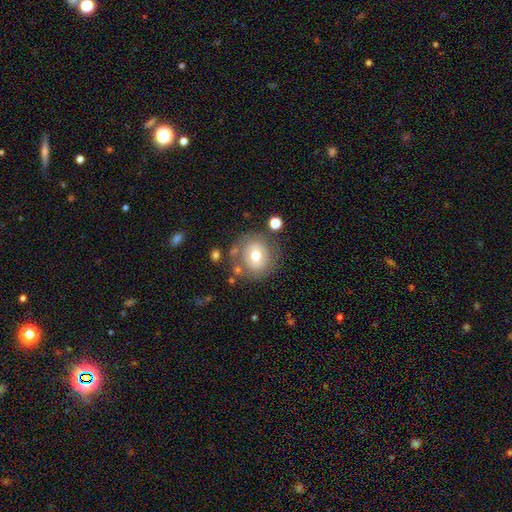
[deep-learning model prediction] This appears to be a smooth galaxy with no disk features (61%) that is round (86%). Merging: none (73%).